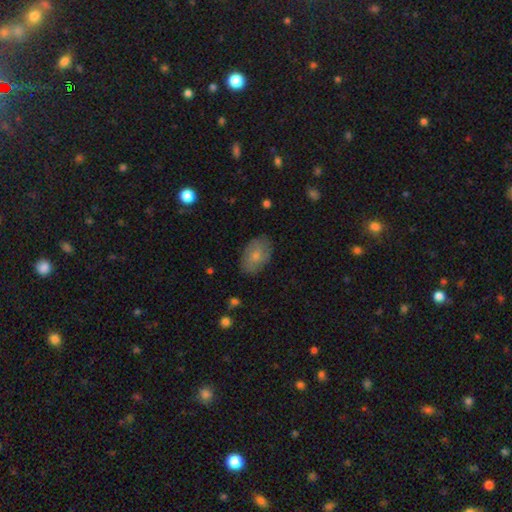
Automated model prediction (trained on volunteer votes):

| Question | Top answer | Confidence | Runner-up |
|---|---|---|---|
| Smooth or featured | smooth | 73% | featured or disk (20%) |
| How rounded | in between | 89% | round (9%) |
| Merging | none | 80% | minor disturbance (16%) |